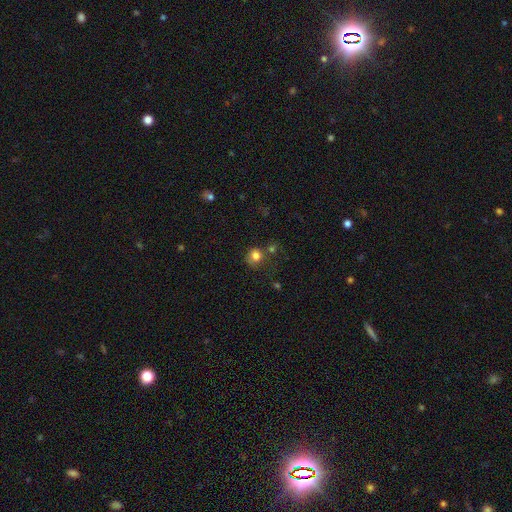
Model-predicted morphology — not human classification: Smooth or featured? Predicted: smooth (p=0.80). How rounded? Predicted: round (p=0.78). Merging? Predicted: none (p=0.56).